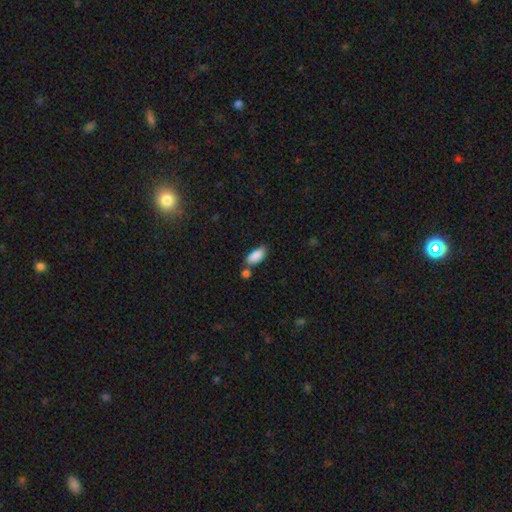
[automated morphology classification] This is clearly a smooth galaxy (88%). How rounded: clearly in between (88%). Merging: likely none (60%).